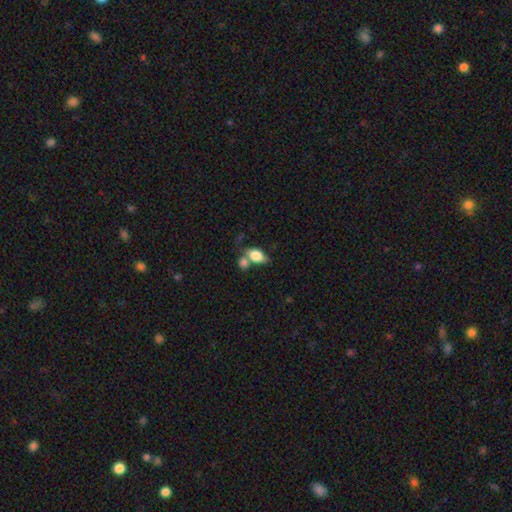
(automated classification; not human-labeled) Smooth or featured: smooth — 80% (featured or disk — 12%)
How rounded: in between — 86% (round — 11%)
Merging: none — 41% (merger — 38%)